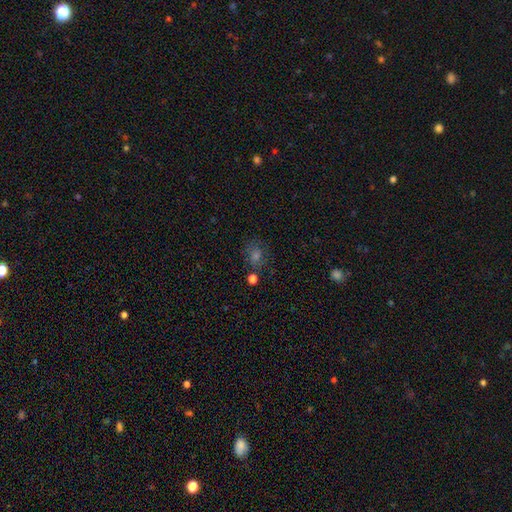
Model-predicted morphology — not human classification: smooth-or-featured: smooth: 45% | star or artifact: 34% | featured or disk: 21%
  merging: none: 74% | minor disturbance: 14% | major disturbance: 6% | merger: 6%